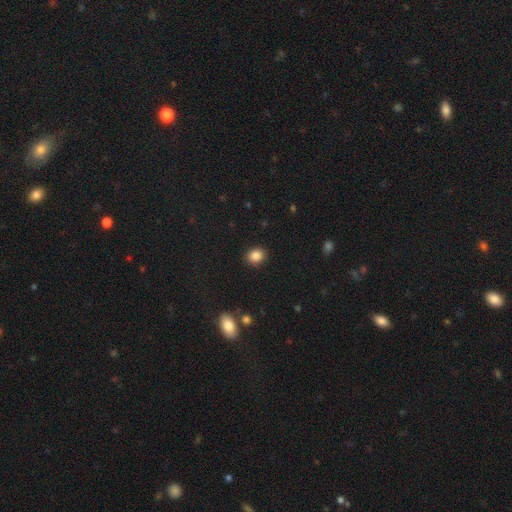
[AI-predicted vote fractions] smooth_or_featured: smooth (p=0.86) [alt: star or artifact p=0.09]
how_rounded: in between (p=0.50) [alt: round p=0.49]
merging: none (p=0.89) [alt: minor disturbance p=0.08]